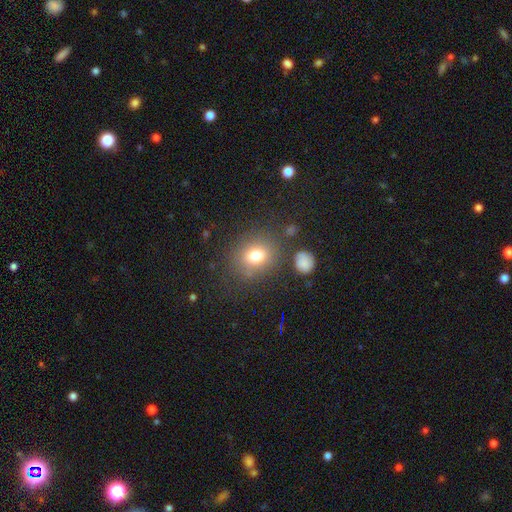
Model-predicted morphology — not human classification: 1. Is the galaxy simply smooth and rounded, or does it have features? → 76% smooth, 14% star or artifact, 10% featured or disk.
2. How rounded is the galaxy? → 61% round, 38% in between, 1% cigar-shaped.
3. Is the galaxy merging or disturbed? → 78% none, 12% minor disturbance, 6% major disturbance, 4% merger.